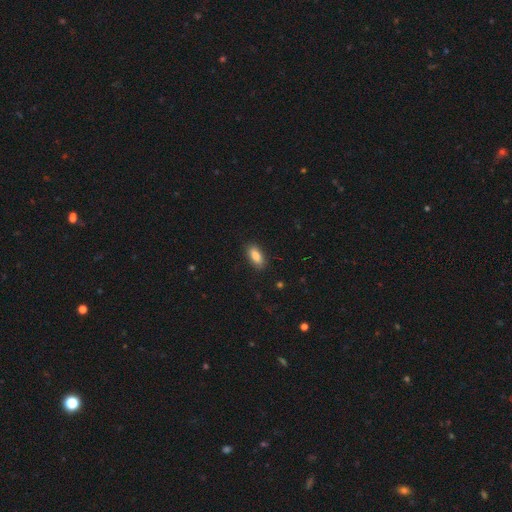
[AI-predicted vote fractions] The model was most divided on "how rounded": in between: 84%, cigar-shaped: 13%, round: 3%. More confident: merging — none (87%); smooth or featured — smooth (86%).